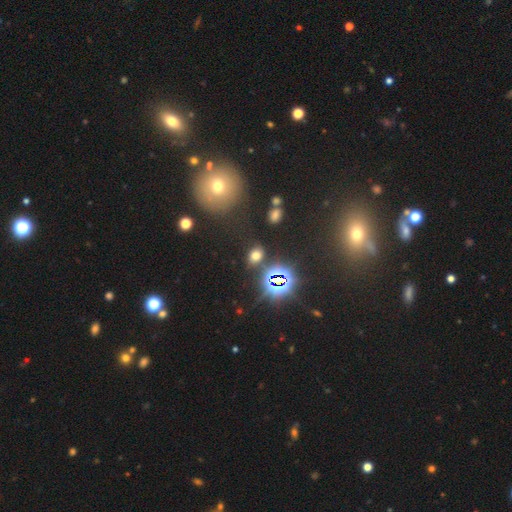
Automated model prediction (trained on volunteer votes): This is possibly a smooth galaxy (55%). How rounded: likely in between (67%). Merging: likely none (77%).